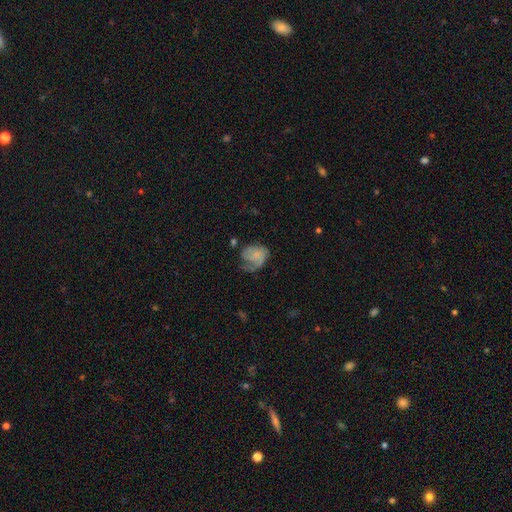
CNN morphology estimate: Smooth or featured?
  - smooth: 46% *
  - featured or disk: 45%
  - star or artifact: 9%
Merging?
  - major disturbance: 36% *
  - none: 33%
  - minor disturbance: 28%
  - merger: 3%